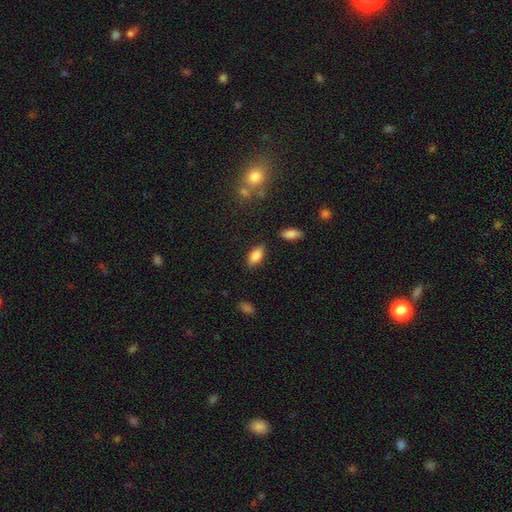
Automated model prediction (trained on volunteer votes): Smooth or featured? Predicted: smooth (p=0.83). How rounded? Predicted: in between (p=0.89). Merging? Predicted: none (p=0.83).